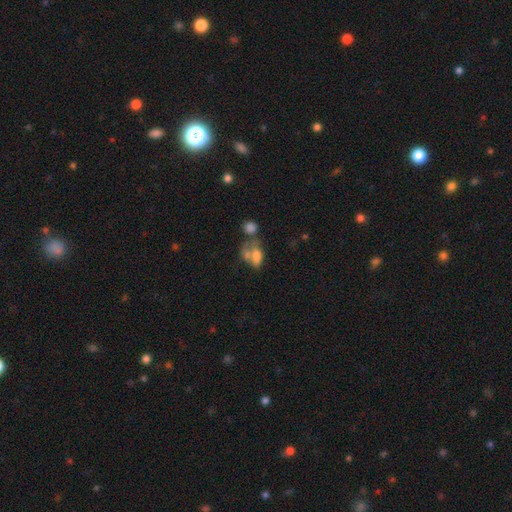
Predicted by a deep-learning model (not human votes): smooth_or_featured: smooth (p=0.68) [alt: featured or disk p=0.21]
how_rounded: in between (p=0.85) [alt: round p=0.12]
merging: merger (p=0.48) [alt: none p=0.22]